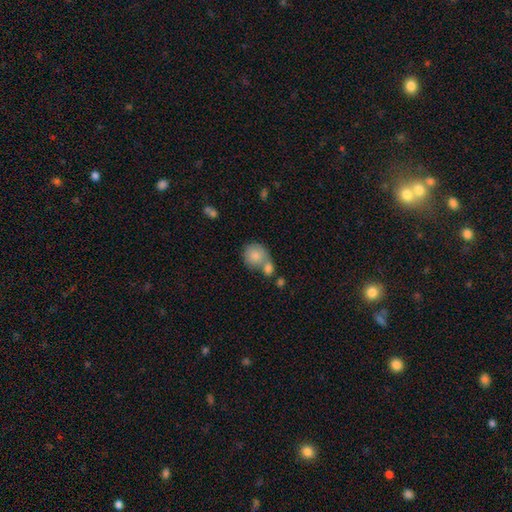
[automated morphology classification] Overall: smooth (83%). How rounded: round (79%). Merging: merger (45%; none 38%).